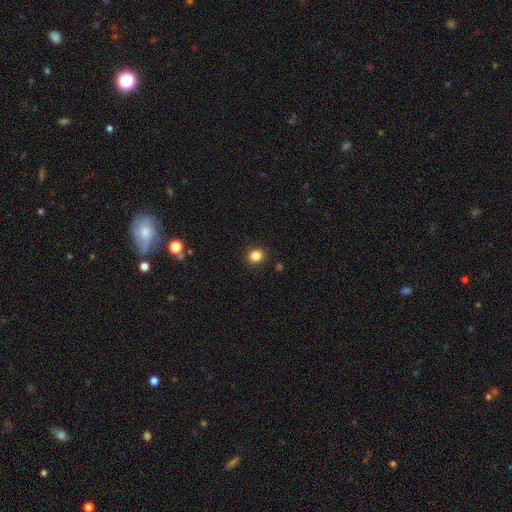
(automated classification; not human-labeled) Overall: smooth (84%). How rounded: round (86%). Merging: none (91%).